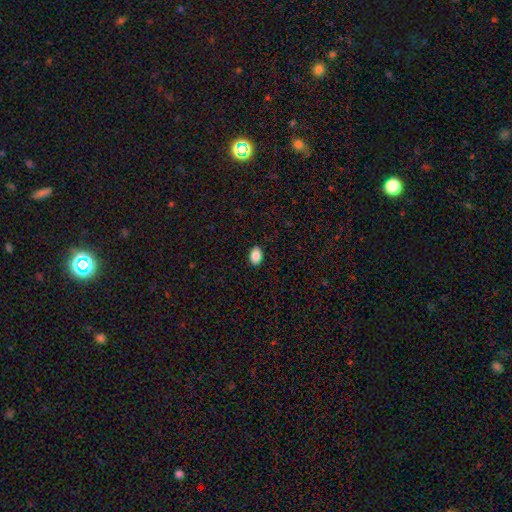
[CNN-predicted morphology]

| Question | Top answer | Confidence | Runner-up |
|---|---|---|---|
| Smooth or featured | smooth | 89% | star or artifact (8%) |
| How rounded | in between | 86% | round (13%) |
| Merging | none | 90% | minor disturbance (7%) |